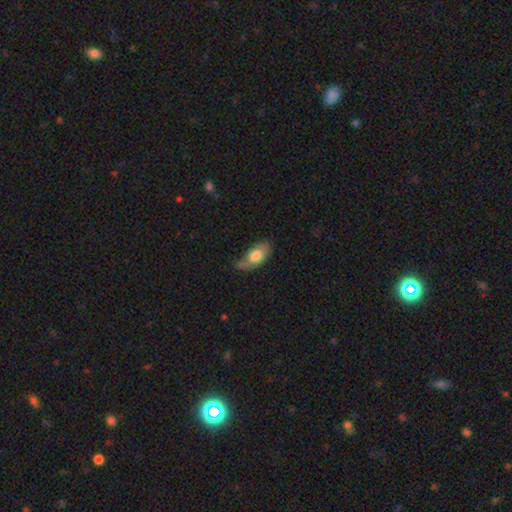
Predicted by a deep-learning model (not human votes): Smooth or featured? smooth (69%)
How rounded? in between (91%)
Merging? none (45%)